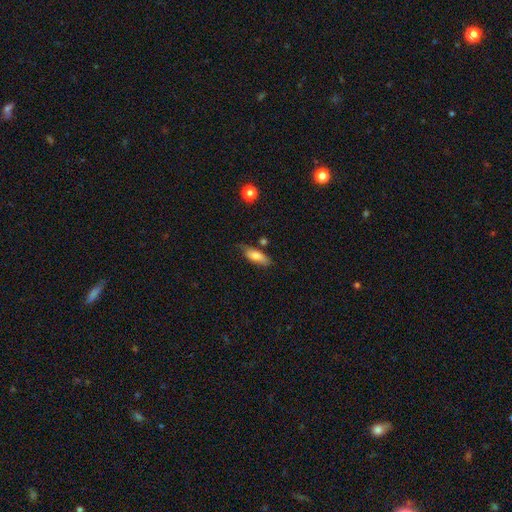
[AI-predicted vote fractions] Overall: smooth (75%). How rounded: in between (67%; cigar-shaped 31%). Merging: none (68%).